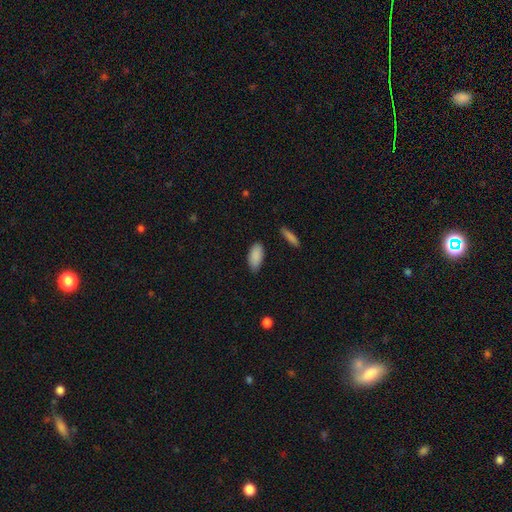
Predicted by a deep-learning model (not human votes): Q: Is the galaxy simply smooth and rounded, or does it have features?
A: smooth — 89%.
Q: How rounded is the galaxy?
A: in between — 89%.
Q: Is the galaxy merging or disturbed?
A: none — 80%.